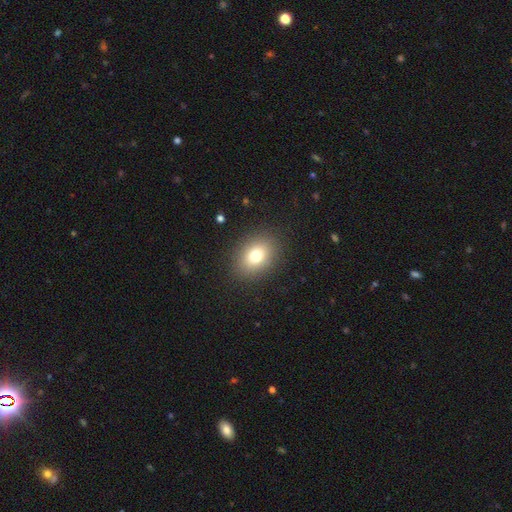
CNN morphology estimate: Smooth or featured? smooth (77%)
How rounded? in between (65%)
Merging? none (88%)